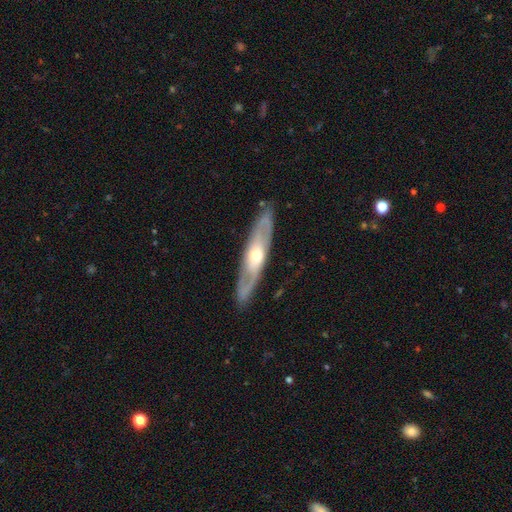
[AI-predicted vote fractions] The model was most divided on "edge-on disk": no: 63%, yes: 37%. More confident: merging — none (87%); smooth or featured — featured or disk (74%).